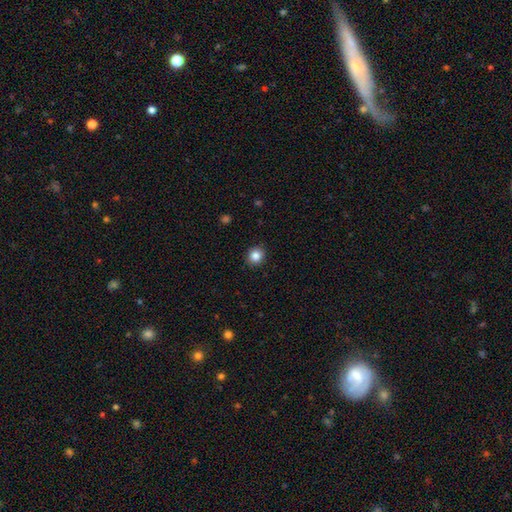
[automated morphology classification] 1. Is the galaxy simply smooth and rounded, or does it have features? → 85% smooth, 10% star or artifact, 5% featured or disk.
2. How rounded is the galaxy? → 77% round, 22% in between, 1% cigar-shaped.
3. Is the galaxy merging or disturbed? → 91% none, 7% minor disturbance, 2% major disturbance, 1% merger.